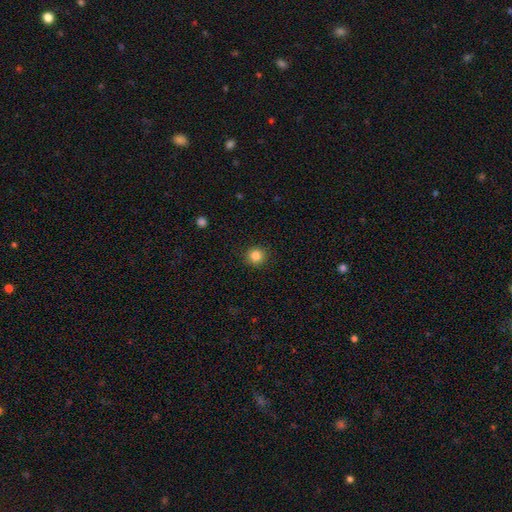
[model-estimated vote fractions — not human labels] Overall: smooth (84%). How rounded: round (92%). Merging: none (92%).